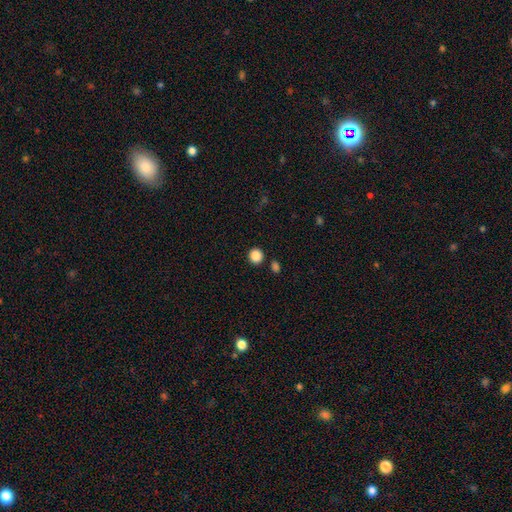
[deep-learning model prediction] Morphology: type=smooth (87%); roundness=round (90%); merging=none (87%).